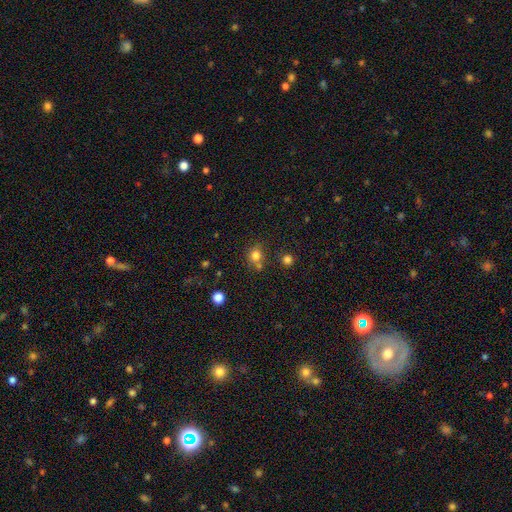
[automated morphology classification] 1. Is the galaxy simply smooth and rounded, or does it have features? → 78% smooth, 15% star or artifact, 7% featured or disk.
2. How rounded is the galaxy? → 81% round, 18% in between, 1% cigar-shaped.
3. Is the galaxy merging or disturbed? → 64% none, 19% merger, 13% minor disturbance, 4% major disturbance.